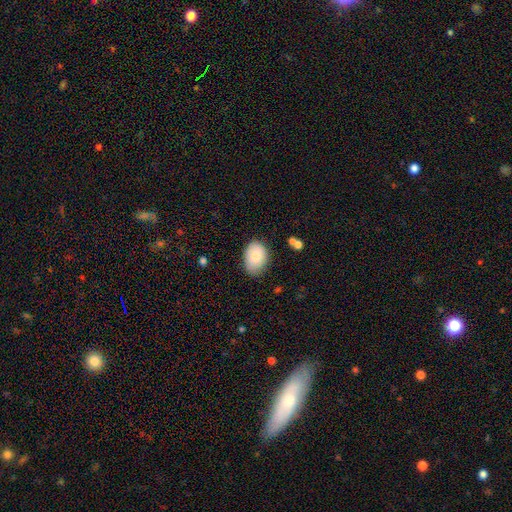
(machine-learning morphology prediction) A smooth galaxy with no disk features (82%) that is in between round and cigar-shaped (83%). Merging: none (70%).